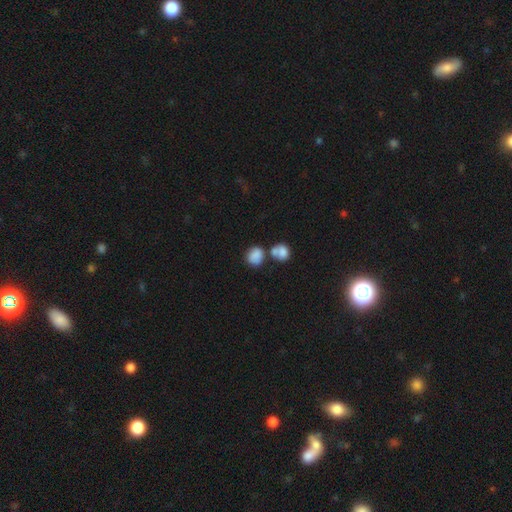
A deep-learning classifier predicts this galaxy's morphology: Q: Smooth or featured?
A: smooth (83%); runner-up: star or artifact (8%)
Q: How rounded?
A: round (61%); runner-up: in between (37%)
Q: Merging?
A: merger (47%); runner-up: none (37%)